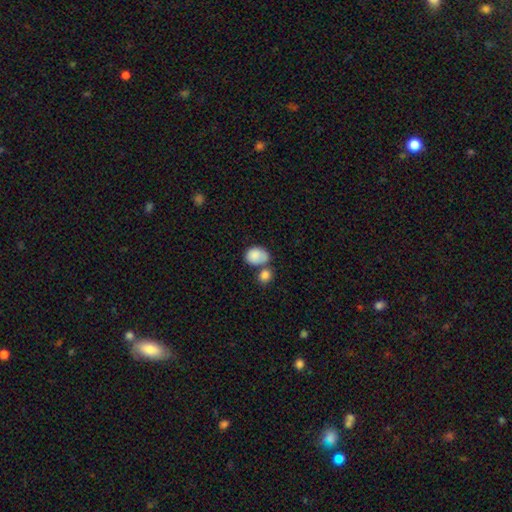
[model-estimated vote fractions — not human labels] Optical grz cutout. It shows a smooth galaxy with no disk features (85%) that is in between round and cigar-shaped (67%). Merging: merger (44%).